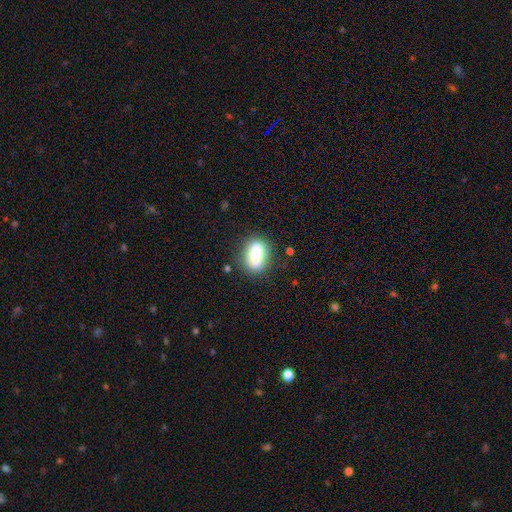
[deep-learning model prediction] The model was most divided on "smooth or featured": smooth: 62%, featured or disk: 29%, star or artifact: 9%. More confident: merging — none (80%); how rounded — in between (61%).